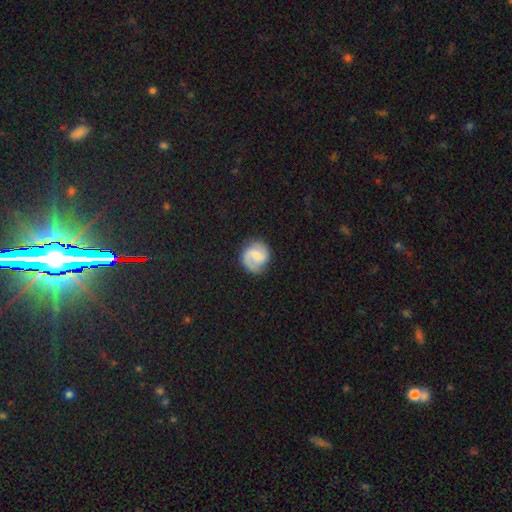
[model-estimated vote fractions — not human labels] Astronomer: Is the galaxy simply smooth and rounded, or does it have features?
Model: featured or disk — 64%.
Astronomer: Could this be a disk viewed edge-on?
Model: no — 98%.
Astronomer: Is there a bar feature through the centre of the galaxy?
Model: weak — 54% (runner-up: no, 31%).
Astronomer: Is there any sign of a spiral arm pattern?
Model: yes — 93%.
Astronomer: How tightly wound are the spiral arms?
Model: medium — 48% (runner-up: tight, 30%).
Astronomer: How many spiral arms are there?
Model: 2 — 79%.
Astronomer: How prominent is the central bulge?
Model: small — 43% (runner-up: moderate, 36%).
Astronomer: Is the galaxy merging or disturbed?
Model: none — 78%.